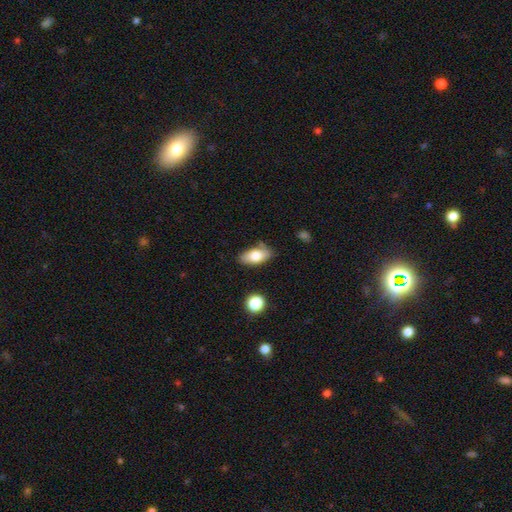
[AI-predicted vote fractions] Smooth or featured: smooth — 78% (featured or disk — 14%)
How rounded: in between — 91% (cigar-shaped — 5%)
Merging: none — 72% (minor disturbance — 20%)